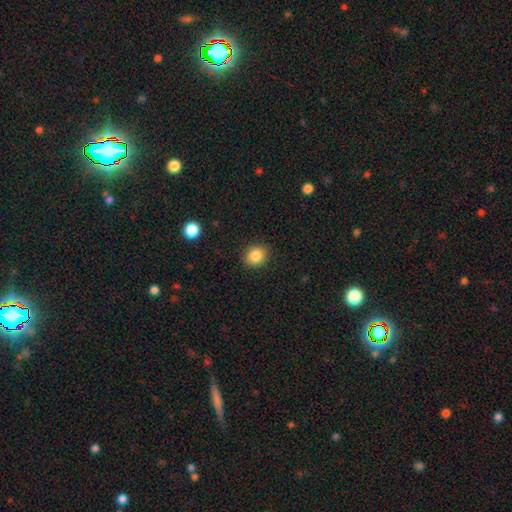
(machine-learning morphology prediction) Smooth or featured? Predicted: smooth (p=0.85). How rounded? Predicted: round (p=0.73). Merging? Predicted: none (p=0.90).